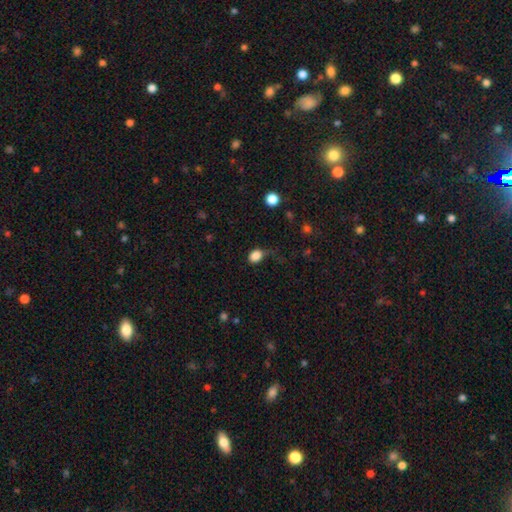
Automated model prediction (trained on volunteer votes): Q: Smooth or featured?
A: smooth (85%); runner-up: star or artifact (10%)
Q: How rounded?
A: in between (62%); runner-up: round (37%)
Q: Merging?
A: none (46%); runner-up: minor disturbance (31%)